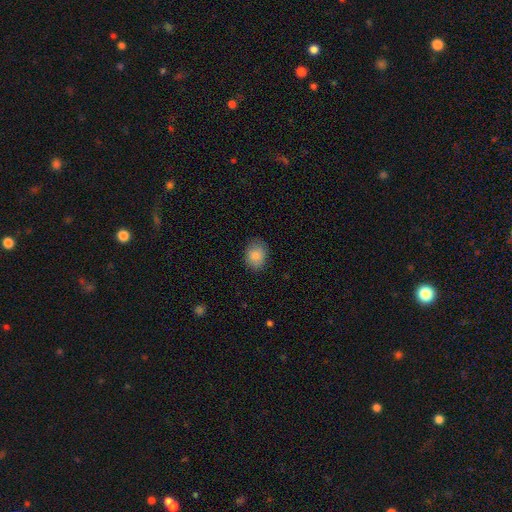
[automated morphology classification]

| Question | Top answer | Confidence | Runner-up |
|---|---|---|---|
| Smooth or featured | smooth | 86% | star or artifact (8%) |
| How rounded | in between | 60% | round (40%) |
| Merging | none | 83% | minor disturbance (13%) |